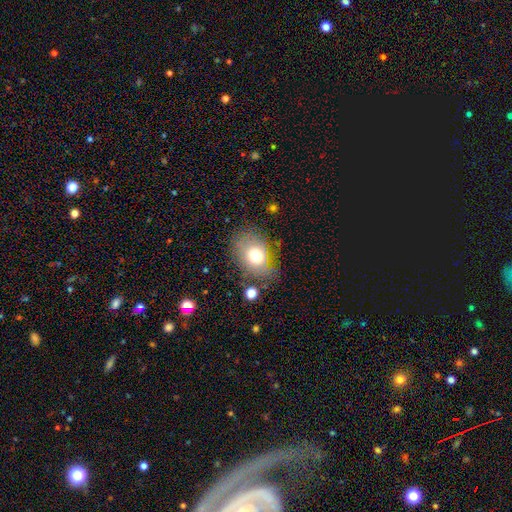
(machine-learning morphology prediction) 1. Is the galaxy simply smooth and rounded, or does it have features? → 68% smooth, 21% featured or disk, 11% star or artifact.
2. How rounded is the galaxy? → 63% in between, 36% round, 1% cigar-shaped.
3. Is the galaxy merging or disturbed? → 64% none, 23% minor disturbance, 9% major disturbance, 4% merger.